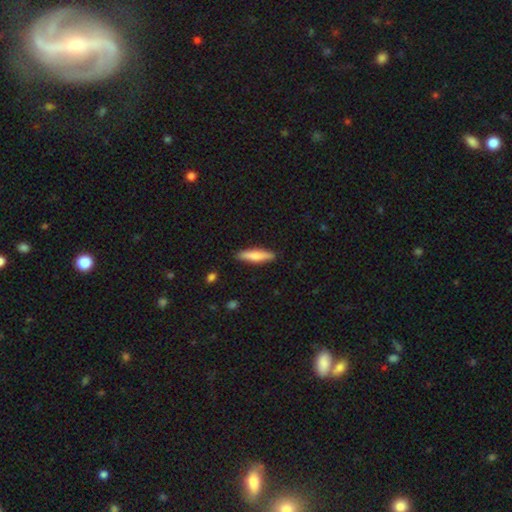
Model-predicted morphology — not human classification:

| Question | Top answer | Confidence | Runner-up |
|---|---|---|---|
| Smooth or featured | smooth | 73% | featured or disk (22%) |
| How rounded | cigar-shaped | 80% | in between (19%) |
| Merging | none | 89% | minor disturbance (8%) |